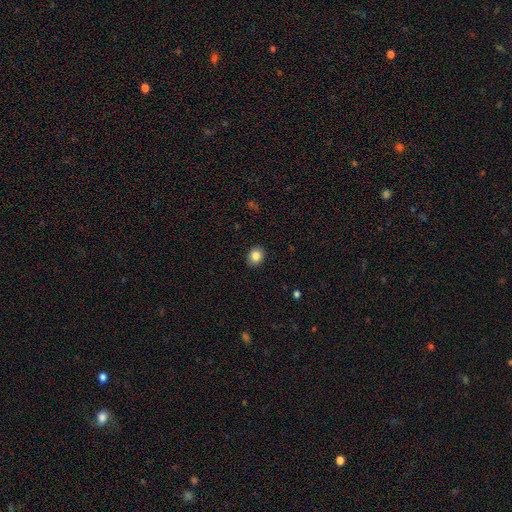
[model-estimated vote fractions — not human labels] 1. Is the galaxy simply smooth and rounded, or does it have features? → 84% smooth, 9% star or artifact, 7% featured or disk.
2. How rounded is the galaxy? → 60% round, 39% in between, 1% cigar-shaped.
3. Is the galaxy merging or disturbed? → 89% none, 8% minor disturbance, 2% major disturbance, 1% merger.